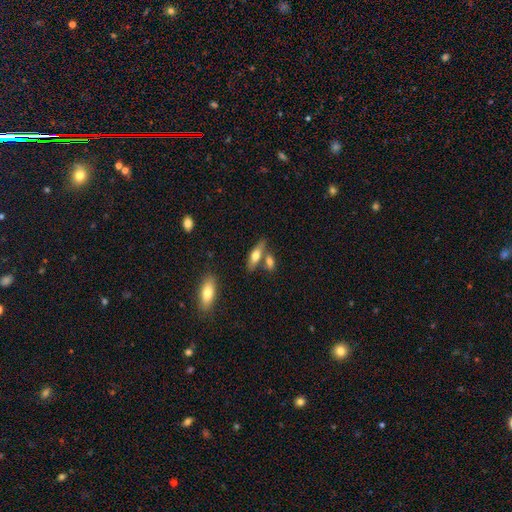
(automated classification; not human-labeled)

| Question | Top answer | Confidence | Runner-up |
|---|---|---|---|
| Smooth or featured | smooth | 66% | featured or disk (27%) |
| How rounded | in between | 56% | cigar-shaped (41%) |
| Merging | none | 56% | merger (28%) |